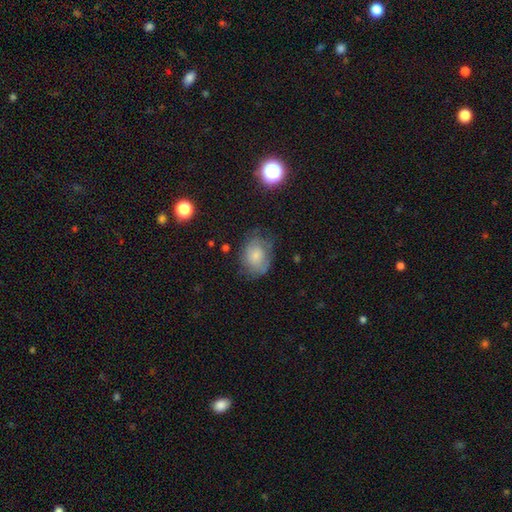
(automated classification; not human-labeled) A smooth galaxy with no disk features (53%) that is in between round and cigar-shaped (61%). Merging: none (59%).